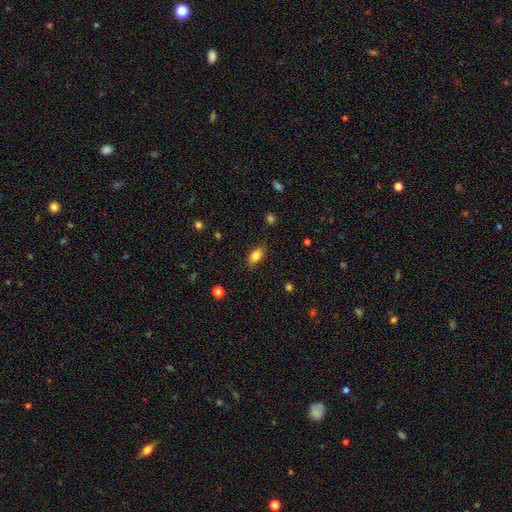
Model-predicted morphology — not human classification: Smooth or featured: smooth — 84% (star or artifact — 9%)
How rounded: in between — 88% (round — 6%)
Merging: none — 85% (minor disturbance — 11%)